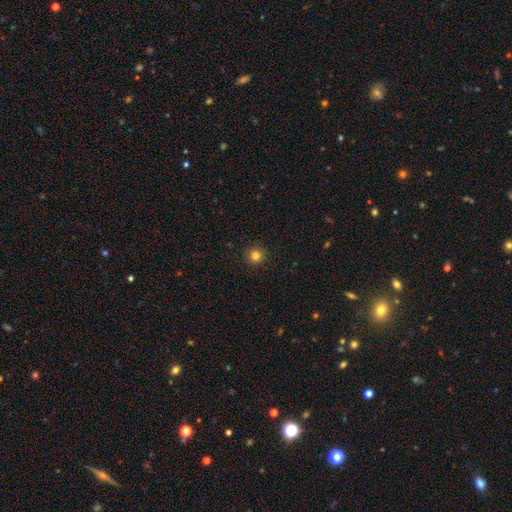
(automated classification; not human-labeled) smooth_or_featured: smooth (p=0.82) [alt: star or artifact p=0.13]
how_rounded: round (p=0.95) [alt: in between p=0.04]
merging: none (p=0.93) [alt: minor disturbance p=0.05]